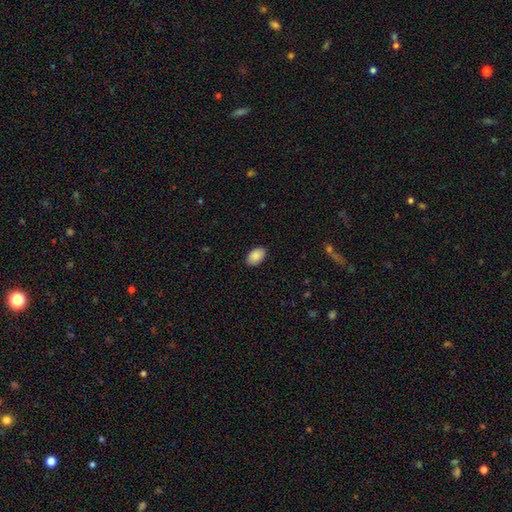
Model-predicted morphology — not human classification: Smooth or featured? smooth (90%)
How rounded? in between (92%)
Merging? none (90%)